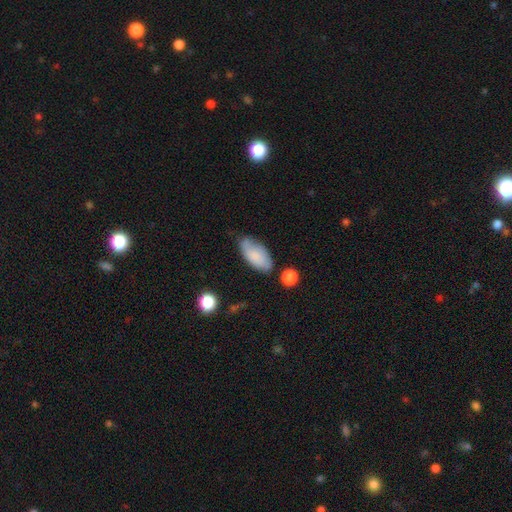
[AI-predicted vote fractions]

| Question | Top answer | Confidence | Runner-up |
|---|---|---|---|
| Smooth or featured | smooth | 76% | featured or disk (17%) |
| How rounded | in between | 91% | cigar-shaped (7%) |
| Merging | none | 60% | minor disturbance (27%) |